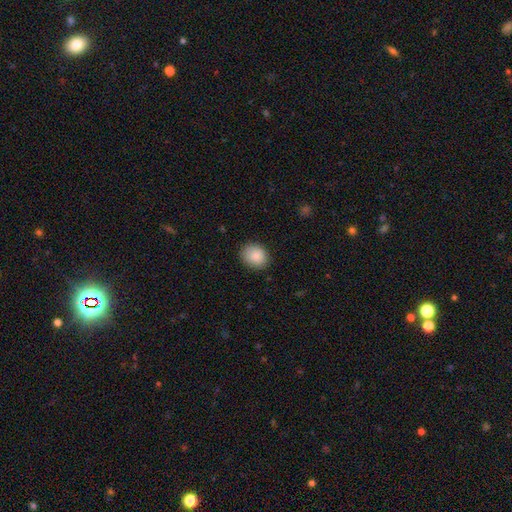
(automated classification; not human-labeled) Q: Smooth or featured?
A: smooth (88%); runner-up: star or artifact (8%)
Q: How rounded?
A: round (61%); runner-up: in between (38%)
Q: Merging?
A: none (86%); runner-up: minor disturbance (11%)